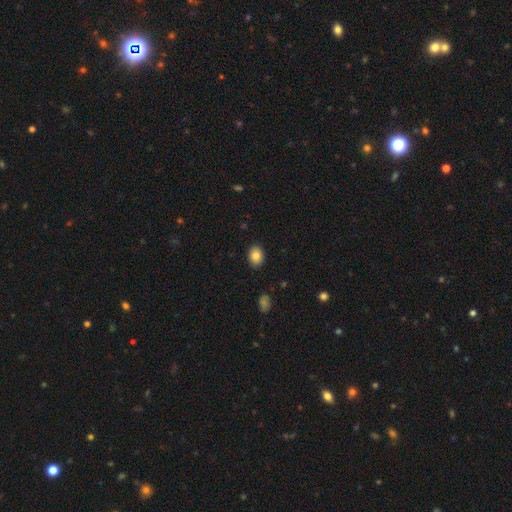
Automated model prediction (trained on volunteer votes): smooth 84%, star or artifact 9%, featured or disk 7%. Down the decision tree: how rounded — in between (64%); merging — none (88%).